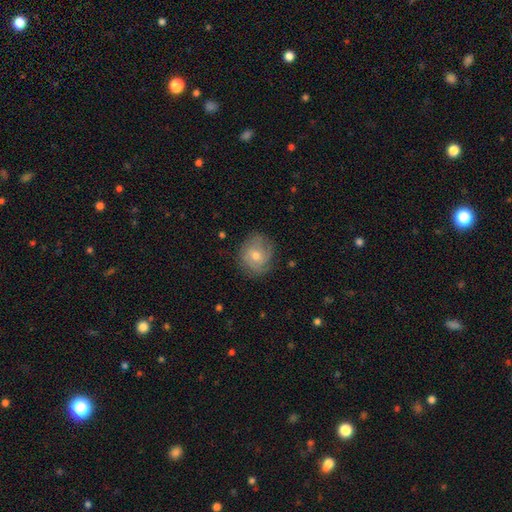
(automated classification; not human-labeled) This is possibly a featured or disk galaxy (46%). Merging: likely none (74%).